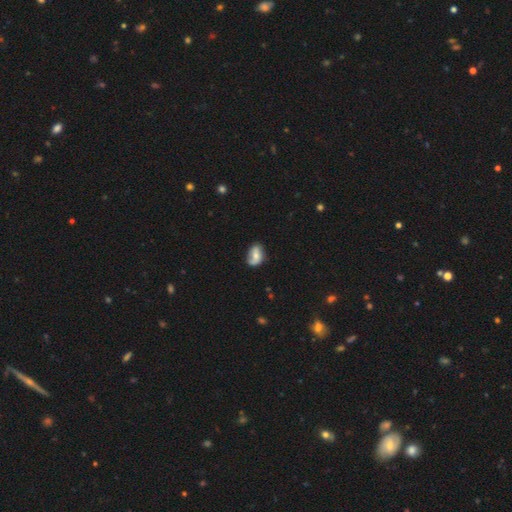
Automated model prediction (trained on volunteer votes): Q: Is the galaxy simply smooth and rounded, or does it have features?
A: smooth — 48%.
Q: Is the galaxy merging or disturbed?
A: none — 60%.